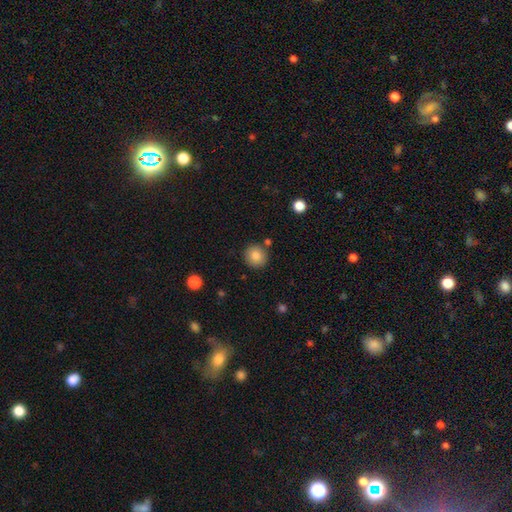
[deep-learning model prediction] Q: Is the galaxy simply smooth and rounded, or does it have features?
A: smooth — 84%.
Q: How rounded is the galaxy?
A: round — 91%.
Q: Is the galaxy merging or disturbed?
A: none — 85%.